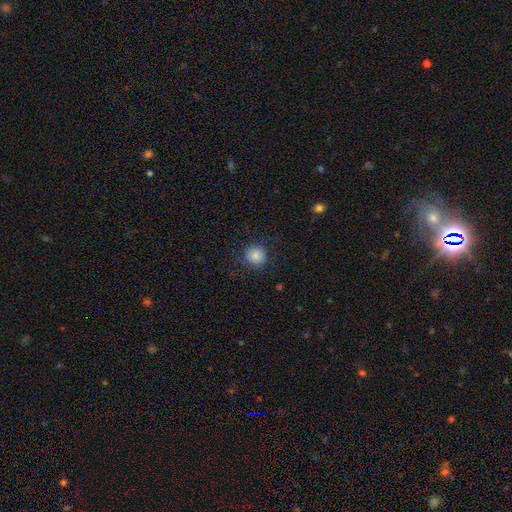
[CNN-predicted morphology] smooth 85%, star or artifact 10%, featured or disk 5%. Down the decision tree: how rounded — round (92%); merging — none (85%).